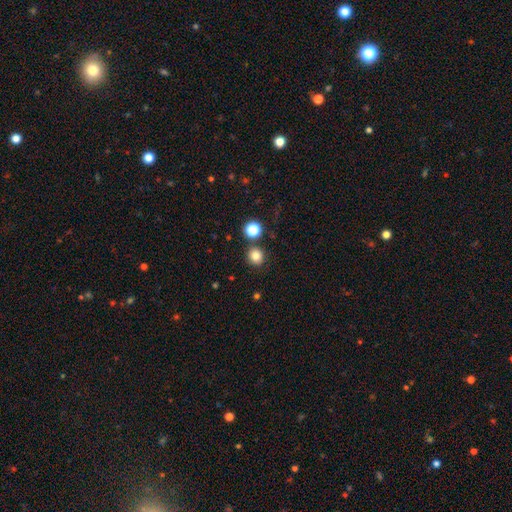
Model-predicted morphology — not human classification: Smooth or featured? Predicted: smooth (p=0.81). How rounded? Predicted: round (p=0.89). Merging? Predicted: none (p=0.84).